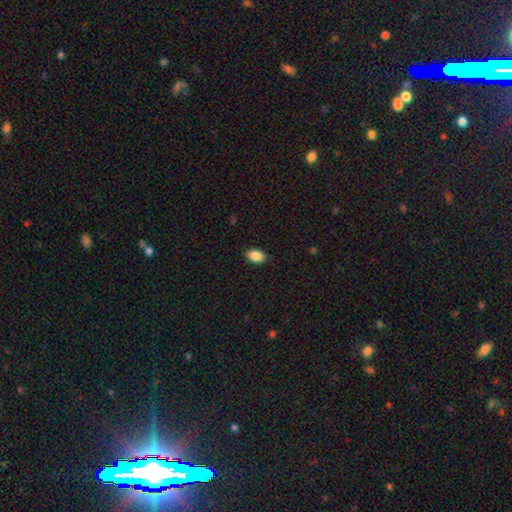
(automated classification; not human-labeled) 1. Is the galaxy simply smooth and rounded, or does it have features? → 89% smooth, 8% star or artifact, 3% featured or disk.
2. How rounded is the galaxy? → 89% in between, 10% round, 1% cigar-shaped.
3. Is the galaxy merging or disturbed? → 89% none, 9% minor disturbance, 2% major disturbance, 1% merger.